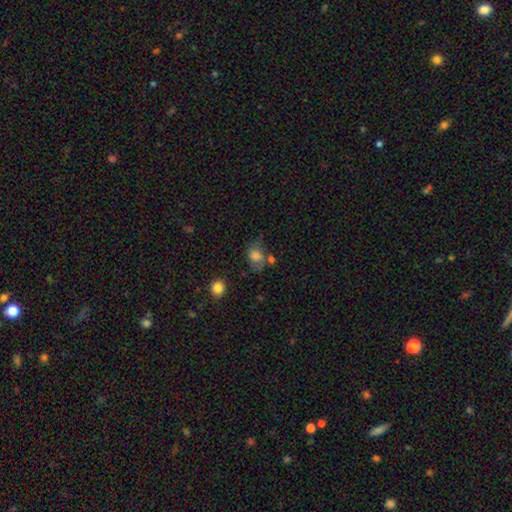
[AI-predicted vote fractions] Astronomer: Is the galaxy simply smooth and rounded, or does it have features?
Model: smooth — 75%.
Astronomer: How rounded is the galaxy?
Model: in between — 51% (runner-up: round, 48%).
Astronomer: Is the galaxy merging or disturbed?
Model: none — 51%.